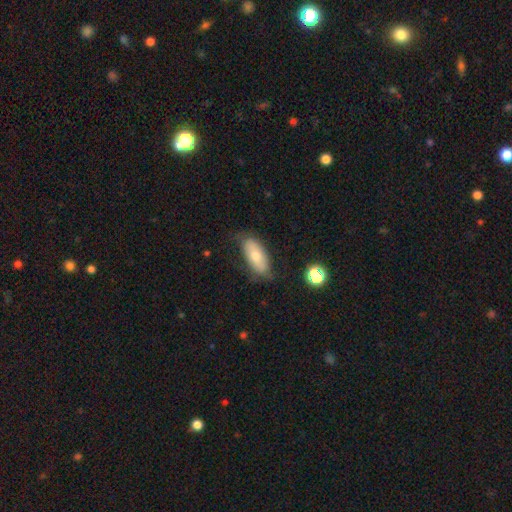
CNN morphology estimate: smooth-or-featured: smooth: 64% | featured or disk: 29% | star or artifact: 7%
  how-rounded: in between: 87% | cigar-shaped: 10% | round: 3%
  merging: none: 68% | minor disturbance: 23% | major disturbance: 7% | merger: 2%